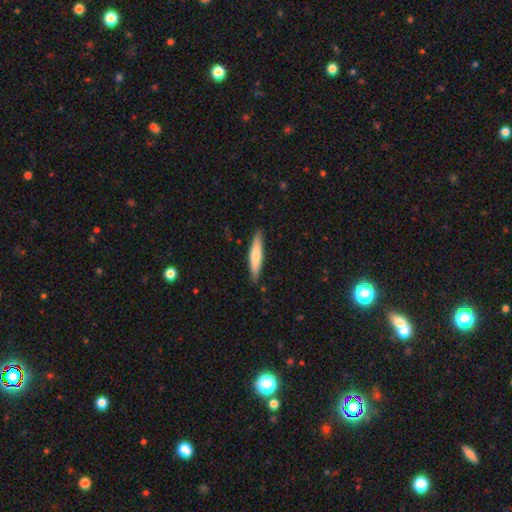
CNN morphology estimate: This appears to be a smooth galaxy with no disk features (63%) that is cigar-shaped (86%). Merging: none (87%).